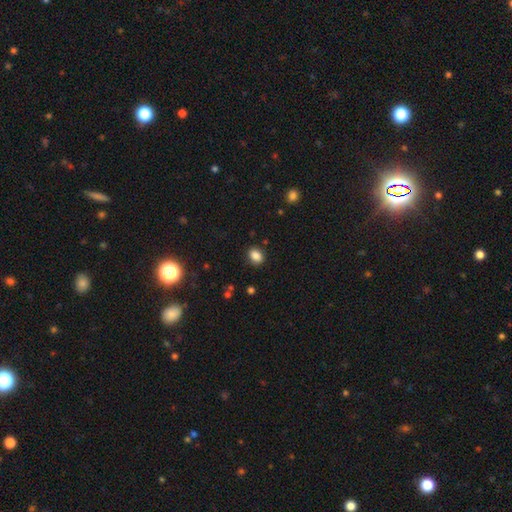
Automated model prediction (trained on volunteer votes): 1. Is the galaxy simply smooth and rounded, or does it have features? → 86% smooth, 10% star or artifact, 4% featured or disk.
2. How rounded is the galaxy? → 59% in between, 40% round, 1% cigar-shaped.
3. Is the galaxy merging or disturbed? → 87% none, 9% minor disturbance, 2% major disturbance, 1% merger.